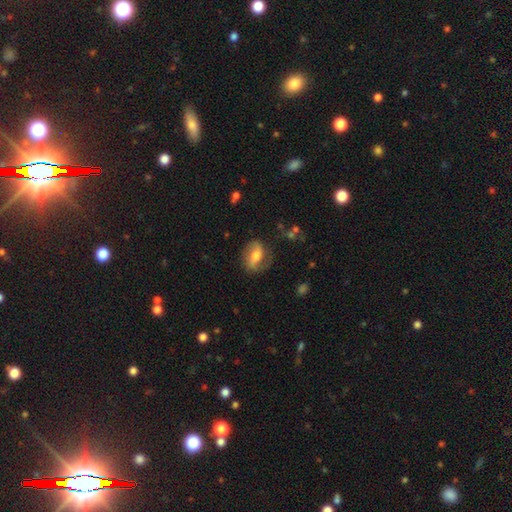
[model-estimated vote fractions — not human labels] Smooth or featured? Predicted: featured or disk (p=0.60). Edge-on disk? Predicted: no (p=0.93). Bar? Predicted: strong (p=0.37). Spiral arms? Predicted: yes (p=0.79). Bulge size? Predicted: moderate (p=0.66). Merging? Predicted: none (p=0.73).